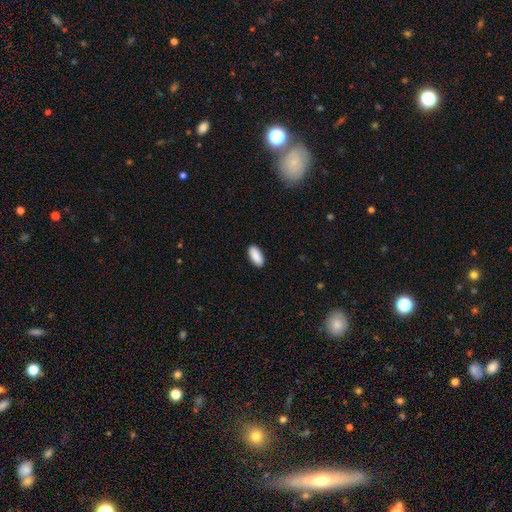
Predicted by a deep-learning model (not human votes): Overall: smooth (90%). How rounded: in between (87%). Merging: none (89%).